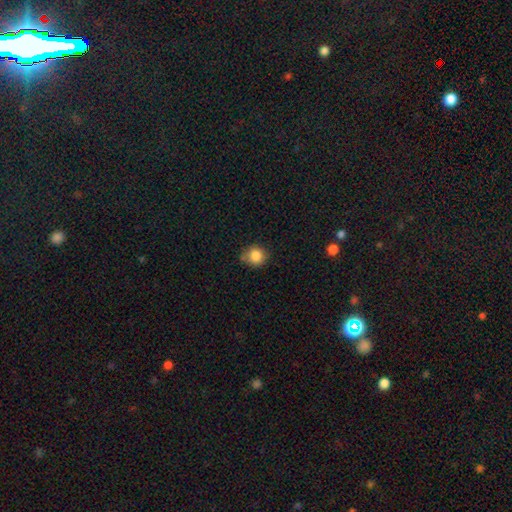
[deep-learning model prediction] This appears to be a smooth galaxy with no disk features (85%) that is round (88%). Merging: none (72%).